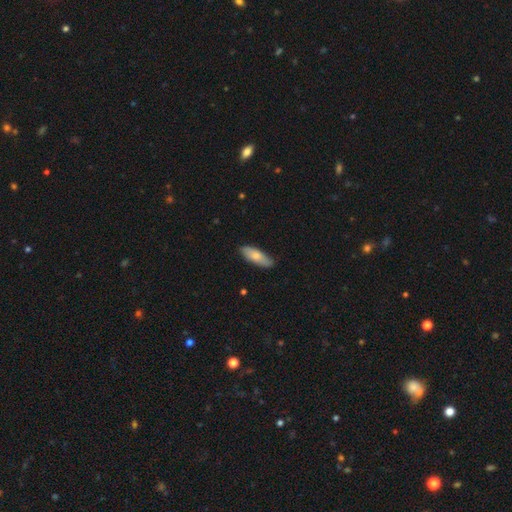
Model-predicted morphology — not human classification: type=smooth (74%); roundness=in between (66%); merging=none (85%).